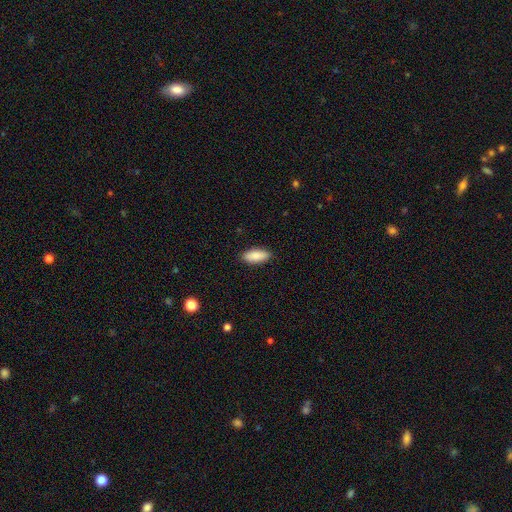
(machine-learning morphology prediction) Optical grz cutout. It shows a smooth galaxy with no disk features (88%) that is in between round and cigar-shaped (83%). Merging: none (88%).